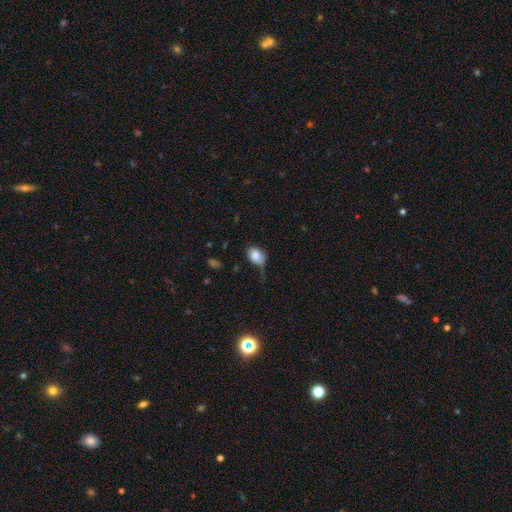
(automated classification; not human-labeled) A smooth galaxy with no disk features (83%) that is in between round and cigar-shaped (72%).

Vote fractions:
- Smooth or featured? smooth: 83% / featured or disk: 9% / star or artifact: 8%
- How rounded? in between: 72% / round: 26% / cigar-shaped: 1%
- Merging? minor disturbance: 38% / none: 37% / major disturbance: 21% / merger: 4%